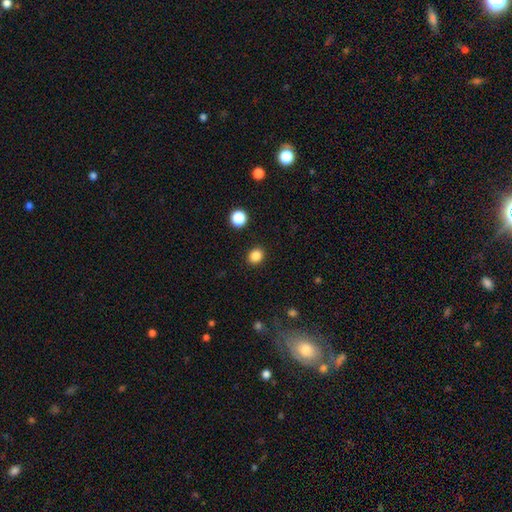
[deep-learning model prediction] The model was most divided on "how rounded": round: 70%, in between: 29%, cigar-shaped: 1%. More confident: merging — none (91%); smooth or featured — smooth (85%).